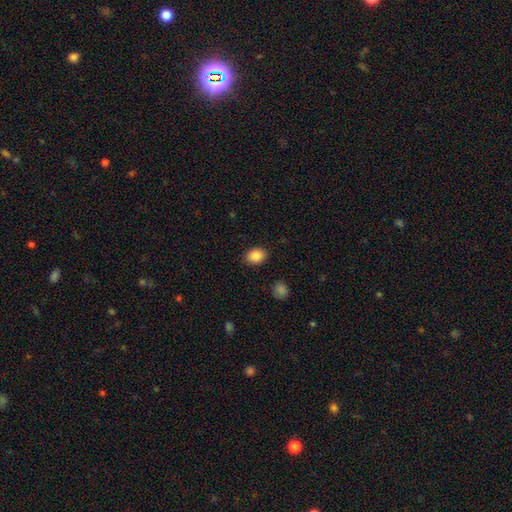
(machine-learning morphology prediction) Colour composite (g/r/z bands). It shows a smooth galaxy with no disk features (87%) that is in between round and cigar-shaped (64%). Merging: none (88%).